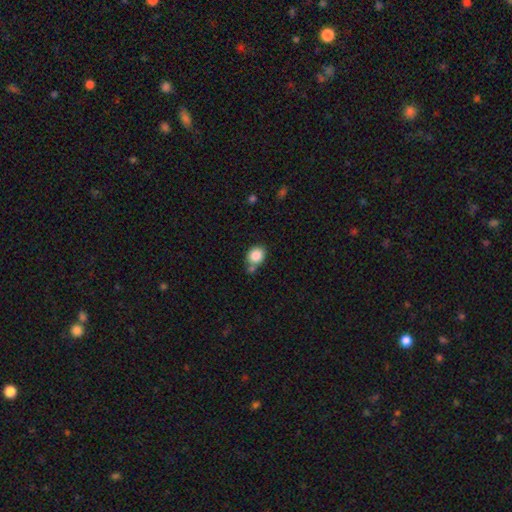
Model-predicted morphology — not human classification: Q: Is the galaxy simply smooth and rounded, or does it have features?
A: smooth — 86%.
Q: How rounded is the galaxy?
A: round — 67%.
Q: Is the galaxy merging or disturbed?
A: none — 59%.